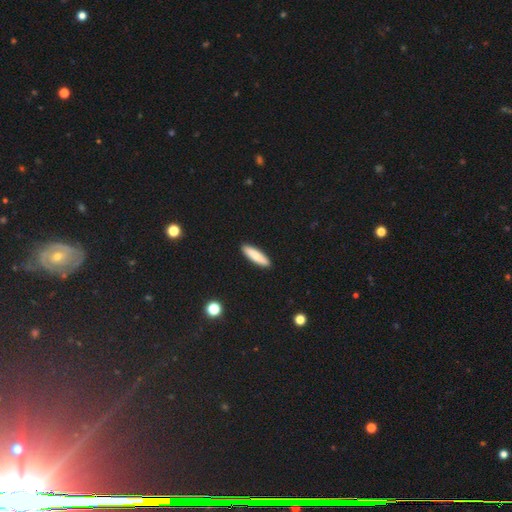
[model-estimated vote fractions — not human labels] Q: Smooth or featured?
A: smooth (81%); runner-up: featured or disk (13%)
Q: How rounded?
A: cigar-shaped (68%); runner-up: in between (30%)
Q: Merging?
A: none (91%); runner-up: minor disturbance (6%)